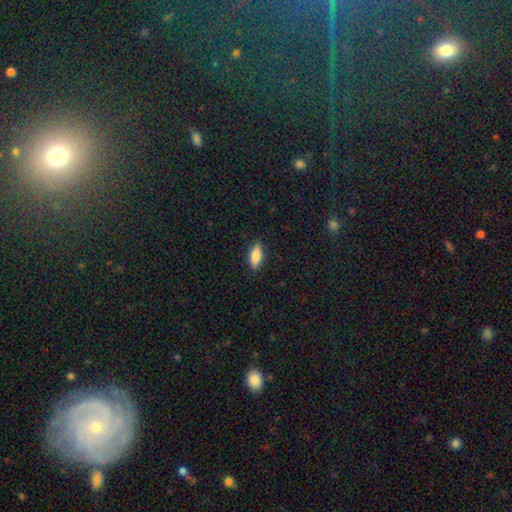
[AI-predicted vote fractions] Smooth or featured? Predicted: smooth (p=0.82). How rounded? Predicted: in between (p=0.73). Merging? Predicted: none (p=0.88).